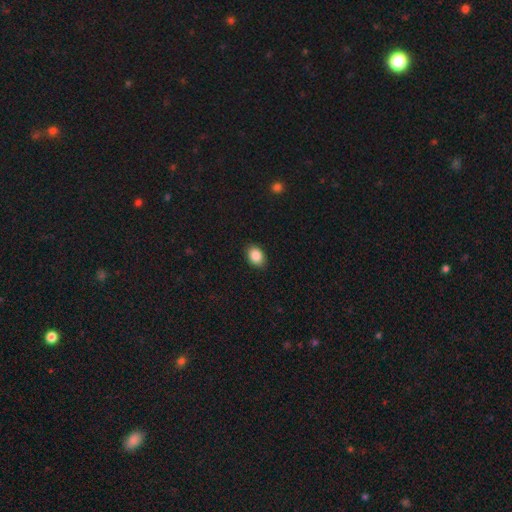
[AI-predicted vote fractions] Smooth or featured? Predicted: smooth (p=0.88). How rounded? Predicted: in between (p=0.73). Merging? Predicted: none (p=0.88).